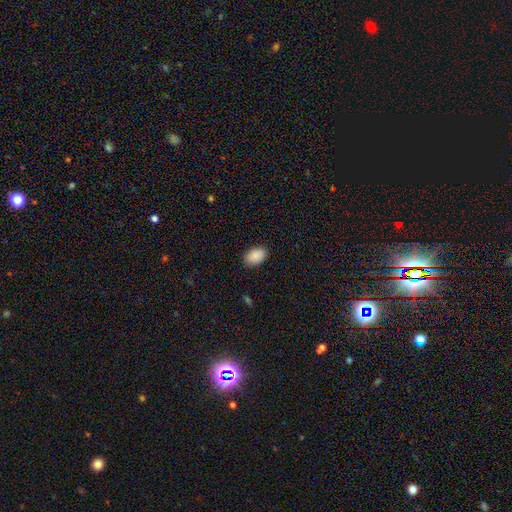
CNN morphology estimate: Q: Smooth or featured?
A: smooth (89%); runner-up: star or artifact (7%)
Q: How rounded?
A: in between (90%); runner-up: round (9%)
Q: Merging?
A: none (84%); runner-up: minor disturbance (12%)